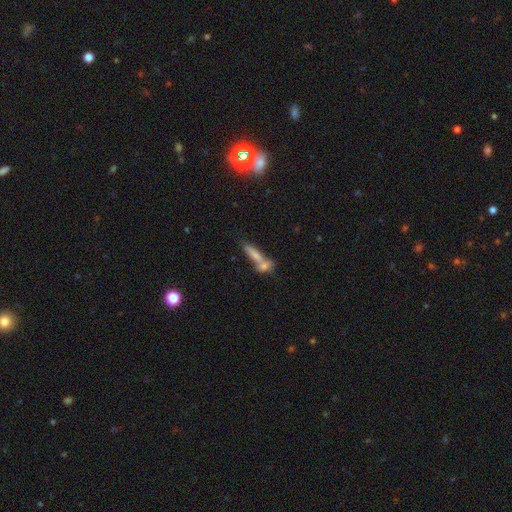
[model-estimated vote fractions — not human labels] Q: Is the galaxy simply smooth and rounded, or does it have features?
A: smooth — 71%.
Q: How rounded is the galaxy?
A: cigar-shaped — 67%.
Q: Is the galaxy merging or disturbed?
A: merger — 52%.